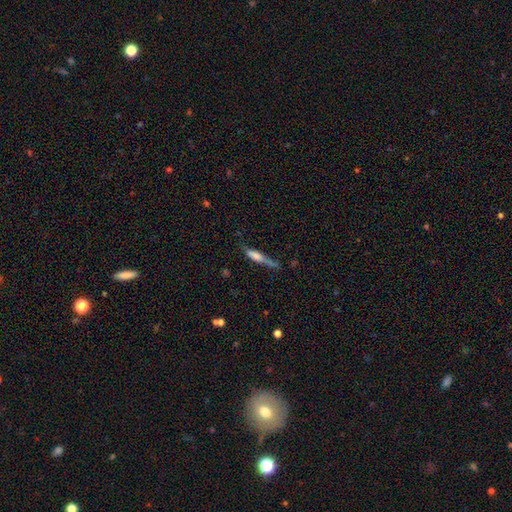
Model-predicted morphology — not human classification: smooth-or-featured: smooth: 57% | featured or disk: 35% | star or artifact: 8%
  how-rounded: cigar-shaped: 81% | in between: 17% | round: 2%
  merging: none: 49% | minor disturbance: 31% | major disturbance: 15% | merger: 6%